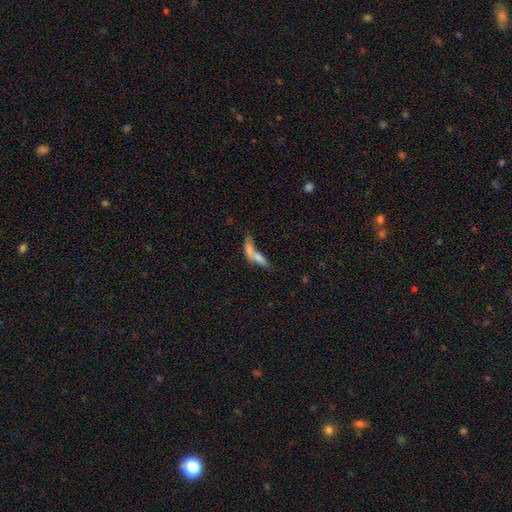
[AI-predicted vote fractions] Smooth or featured? Predicted: smooth (p=0.66). How rounded? Predicted: cigar-shaped (p=0.50). Merging? Predicted: merger (p=0.52).